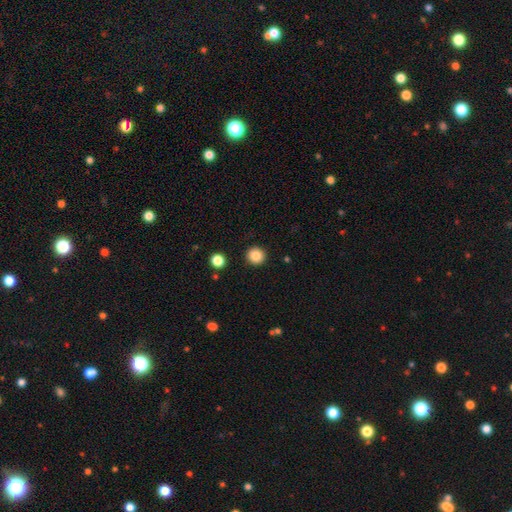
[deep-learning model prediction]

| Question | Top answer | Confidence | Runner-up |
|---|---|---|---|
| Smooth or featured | smooth | 85% | star or artifact (10%) |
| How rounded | round | 94% | in between (5%) |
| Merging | none | 92% | minor disturbance (5%) |